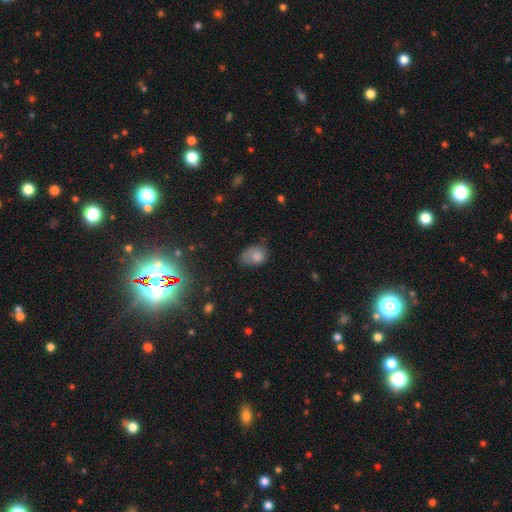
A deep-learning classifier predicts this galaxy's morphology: Q: Smooth or featured?
A: smooth (77%); runner-up: featured or disk (13%)
Q: How rounded?
A: in between (78%); runner-up: round (21%)
Q: Merging?
A: none (41%); runner-up: minor disturbance (39%)